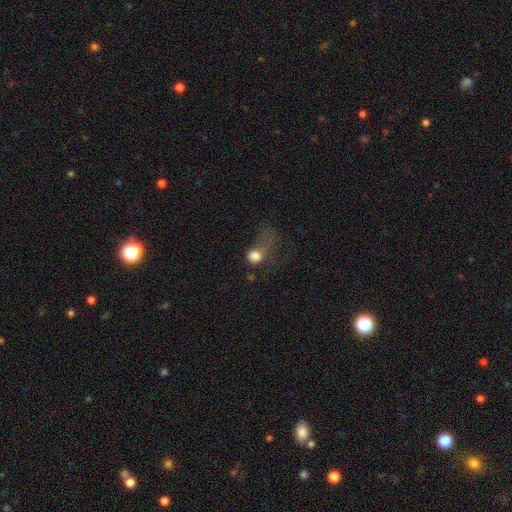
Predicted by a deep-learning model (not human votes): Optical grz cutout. It shows a smooth galaxy with no disk features (75%) that is round (67%). Merging: major disturbance (56%).